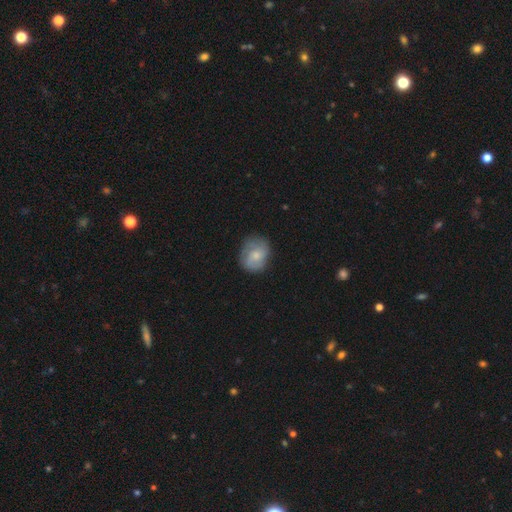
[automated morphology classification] type=smooth (51%); roundness=round (62%); merging=none (69%).